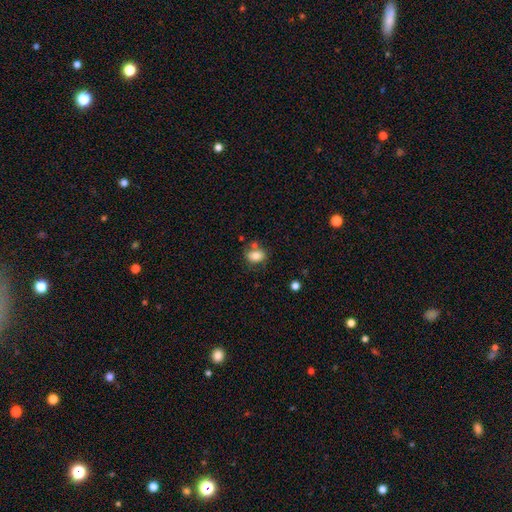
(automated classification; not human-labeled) smooth_or_featured: smooth (p=0.78) [alt: featured or disk p=0.13]
how_rounded: in between (p=0.70) [alt: round p=0.29]
merging: none (p=0.59) [alt: minor disturbance p=0.18]